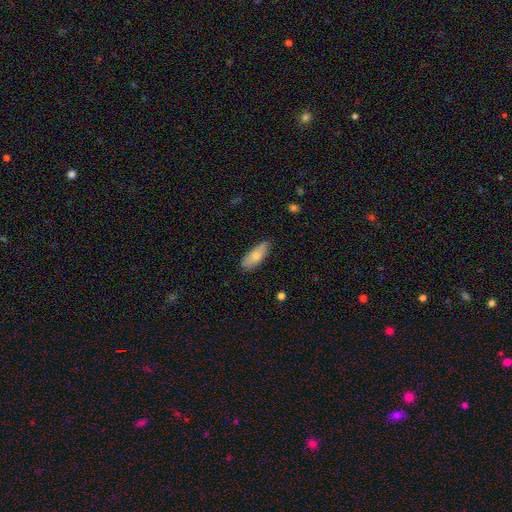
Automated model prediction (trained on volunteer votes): smooth 76%, featured or disk 18%, star or artifact 6%. Down the decision tree: how rounded — in between (77%); merging — none (77%).